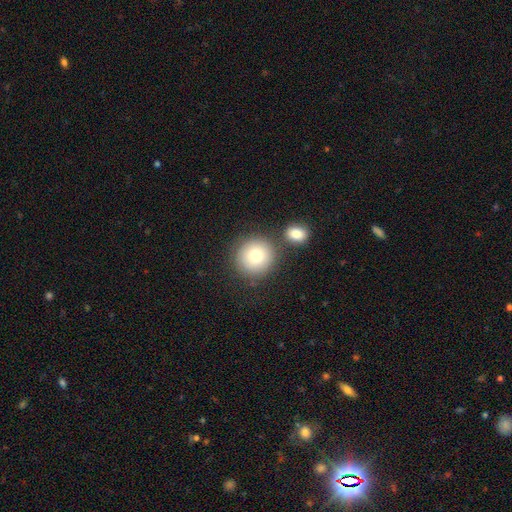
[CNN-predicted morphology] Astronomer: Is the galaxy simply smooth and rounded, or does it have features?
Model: smooth — 78%.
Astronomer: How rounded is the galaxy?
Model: round — 92%.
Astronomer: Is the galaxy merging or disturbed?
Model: none — 72%.